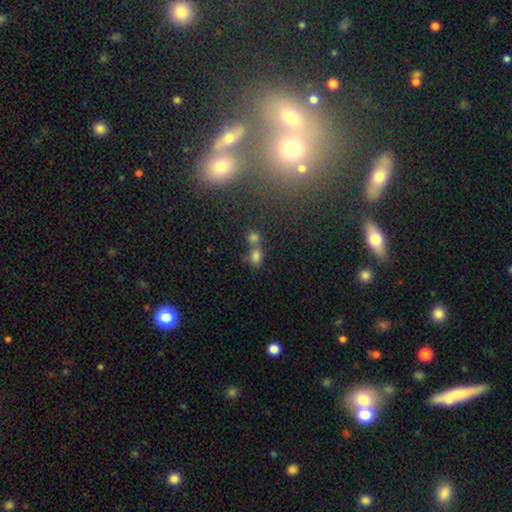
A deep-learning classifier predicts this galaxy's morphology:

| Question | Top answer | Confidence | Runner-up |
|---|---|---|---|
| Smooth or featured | smooth | 67% | star or artifact (22%) |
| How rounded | in between | 53% | round (44%) |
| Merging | none | 43% | merger (42%) |